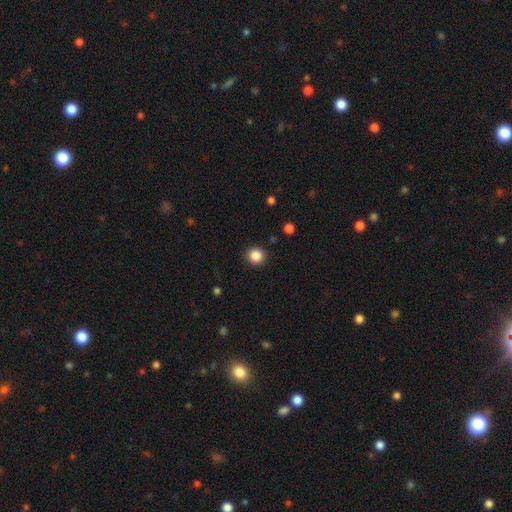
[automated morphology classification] A smooth galaxy with no disk features (85%) that is round (92%). Merging: none (91%).